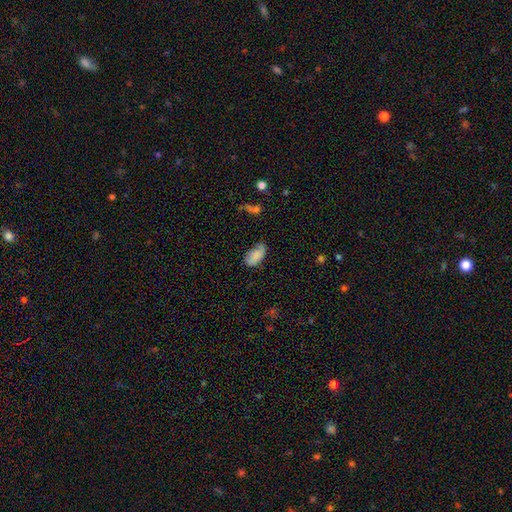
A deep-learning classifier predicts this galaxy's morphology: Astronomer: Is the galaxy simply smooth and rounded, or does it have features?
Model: smooth — 81%.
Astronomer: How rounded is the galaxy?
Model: in between — 94%.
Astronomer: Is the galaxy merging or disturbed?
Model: none — 51% (runner-up: minor disturbance, 35%).